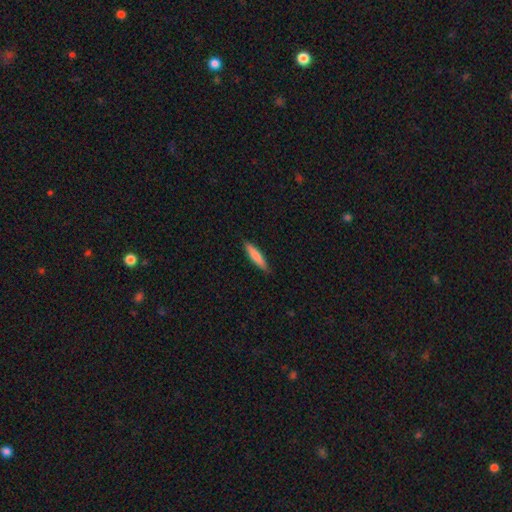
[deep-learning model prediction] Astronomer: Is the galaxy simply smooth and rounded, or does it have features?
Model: smooth — 80%.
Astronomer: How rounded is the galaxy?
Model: cigar-shaped — 86%.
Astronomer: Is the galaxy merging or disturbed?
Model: none — 88%.